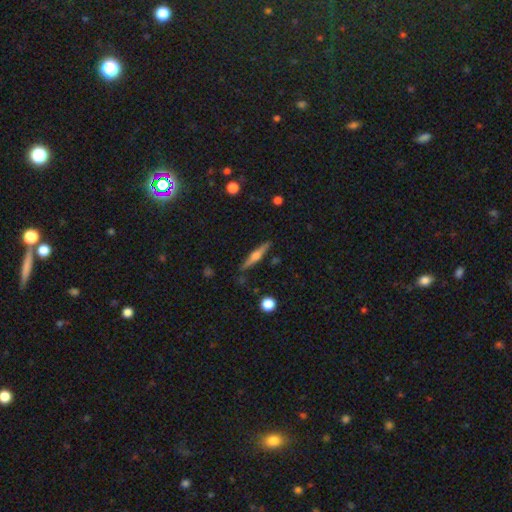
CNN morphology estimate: smooth-or-featured: featured or disk: 64% | smooth: 29% | star or artifact: 7%
  disk-edge-on: yes: 97% | no: 3%
    edge-on-bulge: rounded: 85% | boxy: 10% | none: 6%
  merging: none: 88% | minor disturbance: 8% | merger: 2% | major disturbance: 2%